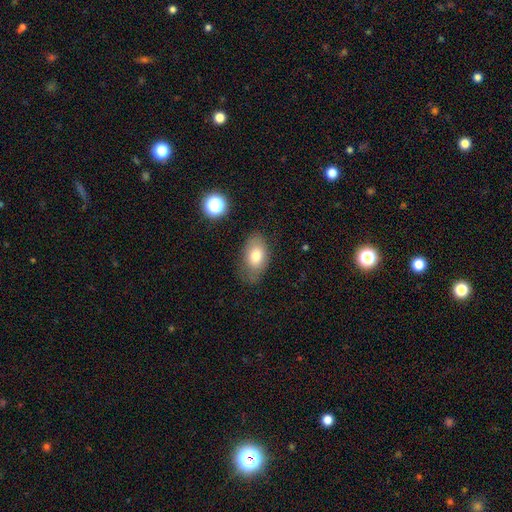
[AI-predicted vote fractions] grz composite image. It shows a smooth galaxy with no disk features (76%) that is in between round and cigar-shaped (90%). Merging: none (71%).